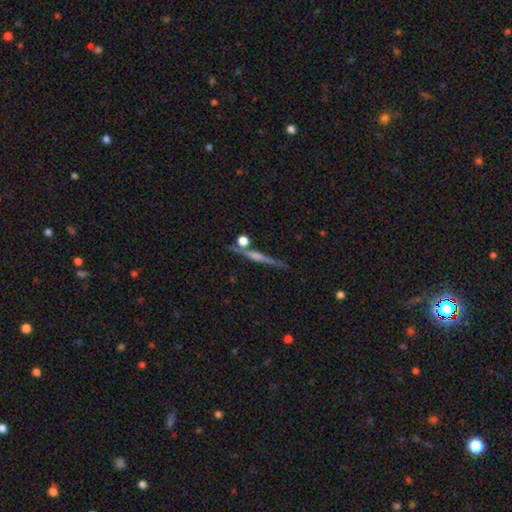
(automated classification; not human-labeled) A featured or disk galaxy (68%) viewed edge-on (97%) with a rounded central bulge (49%). Merging: none (81%).